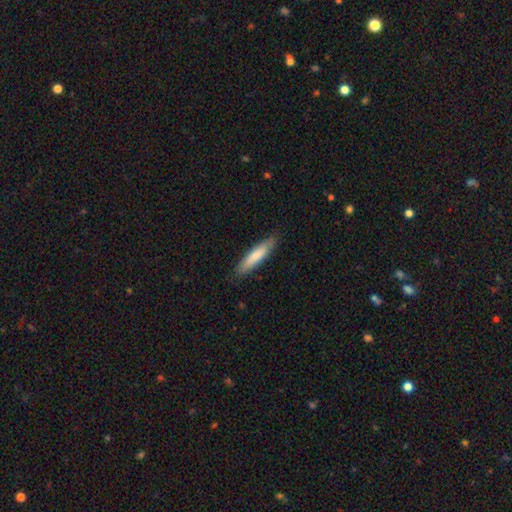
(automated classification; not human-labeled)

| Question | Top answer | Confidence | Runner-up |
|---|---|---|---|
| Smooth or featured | smooth | 77% | featured or disk (18%) |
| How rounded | cigar-shaped | 77% | in between (22%) |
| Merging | none | 86% | minor disturbance (11%) |